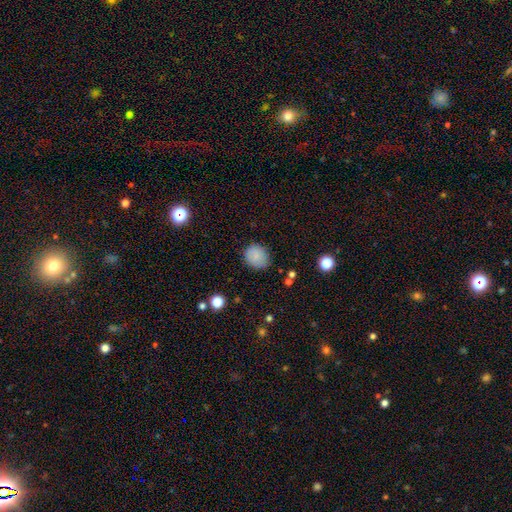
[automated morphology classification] A smooth galaxy with no disk features (86%) that is round (70%).

Vote fractions:
- Smooth or featured? smooth: 86% / star or artifact: 9% / featured or disk: 5%
- How rounded? round: 70% / in between: 29% / cigar-shaped: 1%
- Merging? none: 82% / minor disturbance: 14% / major disturbance: 3% / merger: 1%